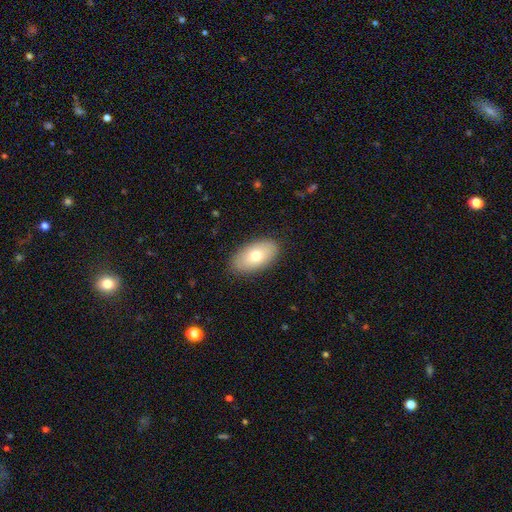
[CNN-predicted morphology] This appears to be a smooth galaxy with no disk features (71%) that is in between round and cigar-shaped (94%). Merging: none (87%).